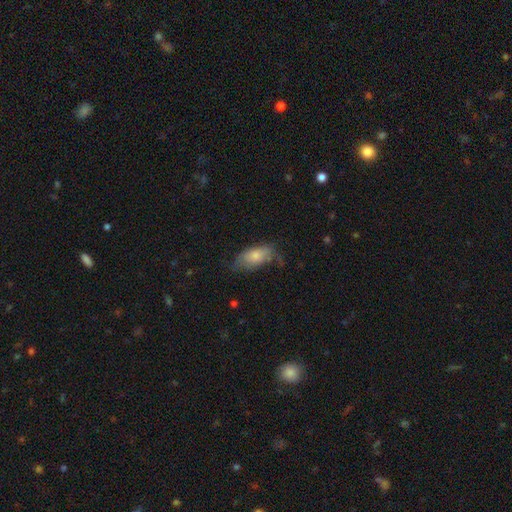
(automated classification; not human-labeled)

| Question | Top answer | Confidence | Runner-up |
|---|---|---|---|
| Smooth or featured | smooth | 70% | featured or disk (22%) |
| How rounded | in between | 89% | cigar-shaped (8%) |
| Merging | none | 42% | minor disturbance (35%) |